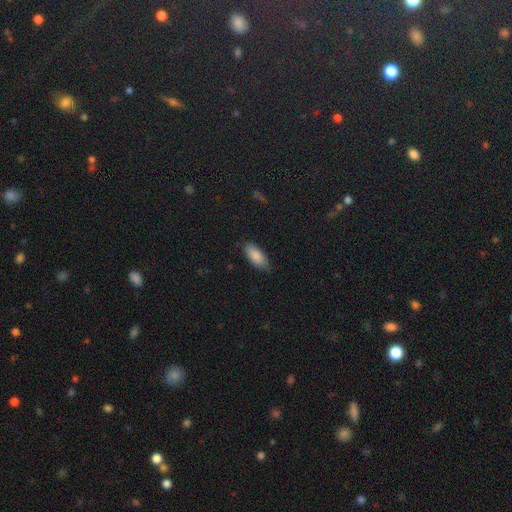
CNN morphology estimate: Smooth or featured? Predicted: smooth (p=0.88). How rounded? Predicted: in between (p=0.84). Merging? Predicted: none (p=0.81).